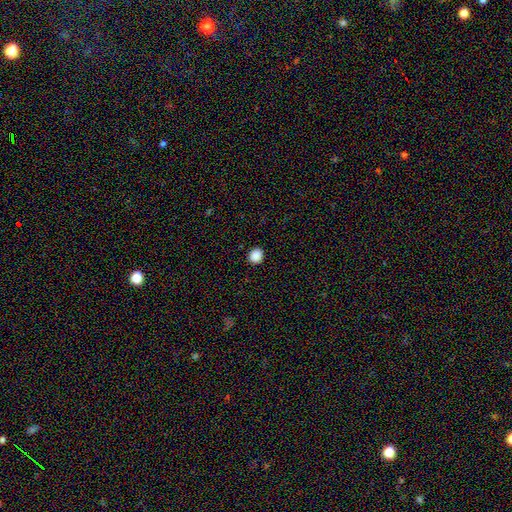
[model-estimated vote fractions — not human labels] Morphology: type=smooth (88%); roundness=round (81%); merging=none (92%).